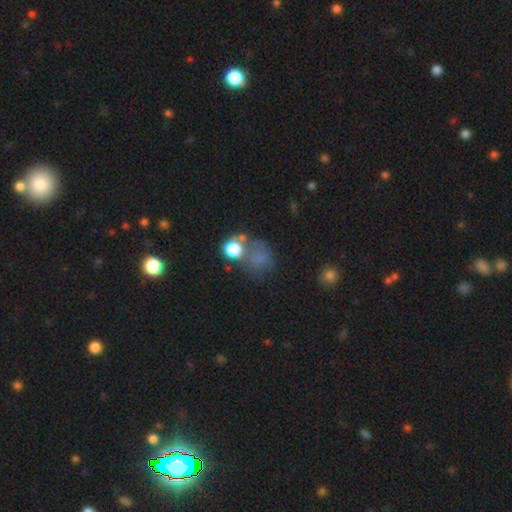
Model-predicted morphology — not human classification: smooth 50%, star or artifact 33%, featured or disk 17%. Down the decision tree: merging — none (47%).